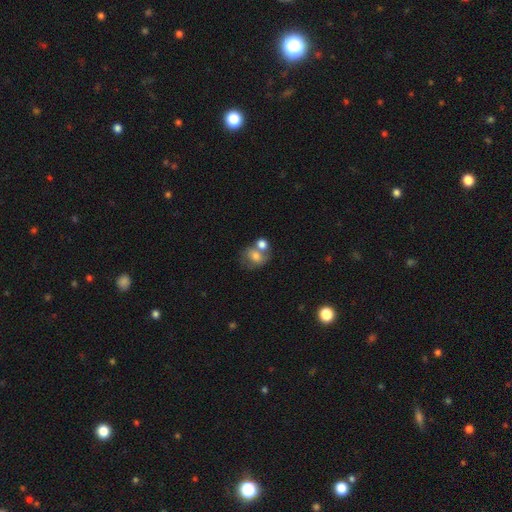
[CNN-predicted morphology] smooth 67%, featured or disk 23%, star or artifact 10%. Down the decision tree: how rounded — round (52%); merging — merger (47%).